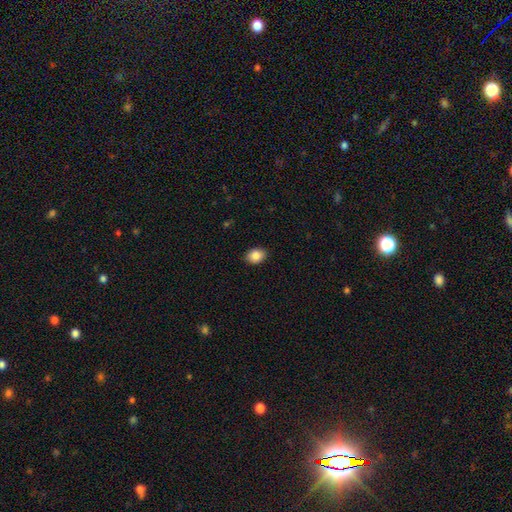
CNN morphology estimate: The model was most divided on "how rounded": in between: 65%, round: 34%, cigar-shaped: 1%. More confident: merging — none (89%); smooth or featured — smooth (87%).